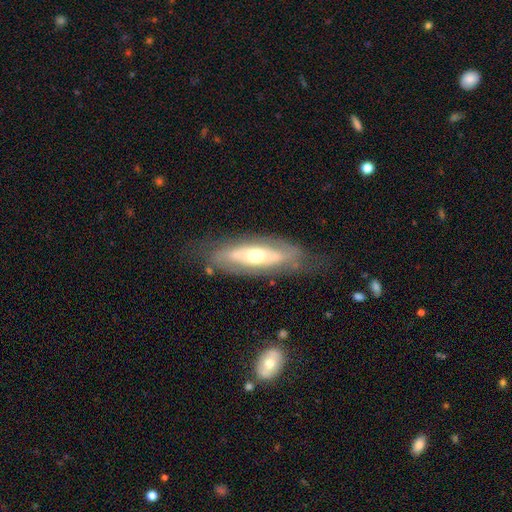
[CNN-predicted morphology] This is likely a featured or disk galaxy (64%). It is likely not viewed edge-on (75%). Merging: likely none (71%).